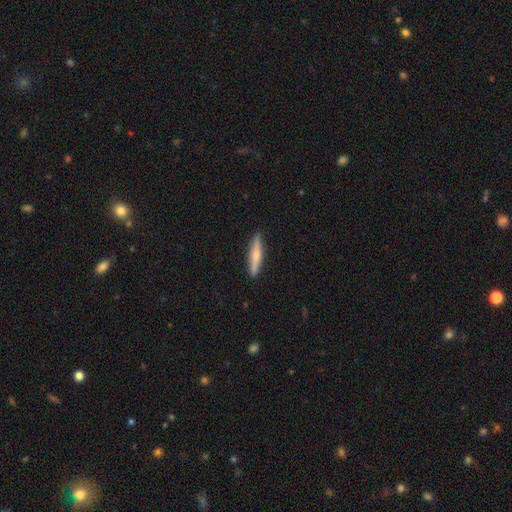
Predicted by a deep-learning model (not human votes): A smooth galaxy with no disk features (57%) that is cigar-shaped (88%). Merging: none (90%).